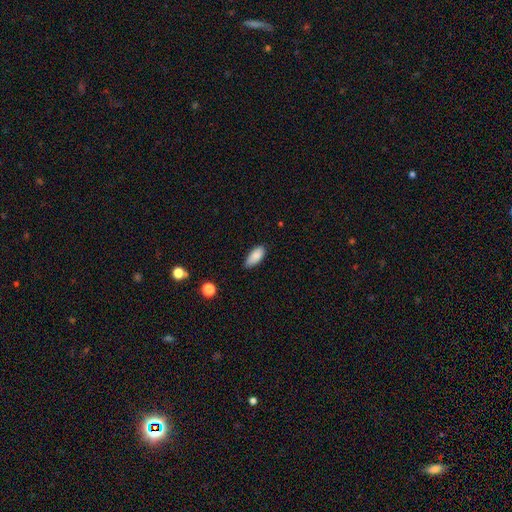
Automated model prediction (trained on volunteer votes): Smooth or featured? smooth (87%)
How rounded? in between (87%)
Merging? none (72%)